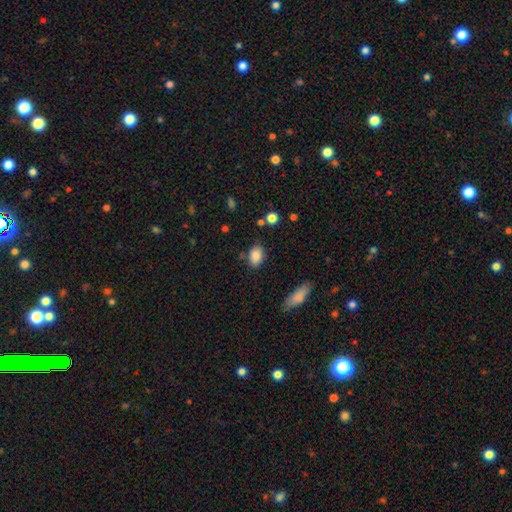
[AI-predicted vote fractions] Smooth or featured: smooth — 86% (star or artifact — 8%)
How rounded: in between — 83% (round — 15%)
Merging: none — 76% (minor disturbance — 16%)